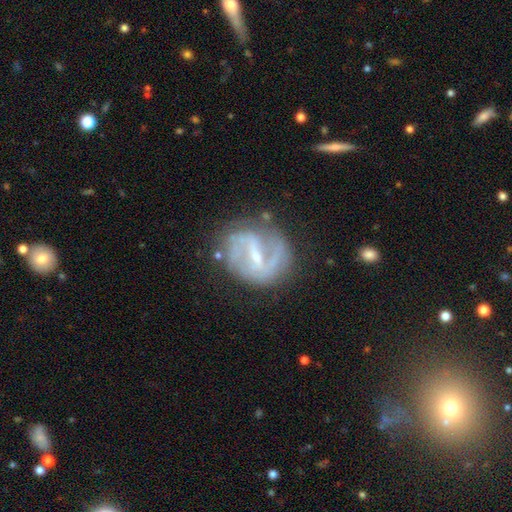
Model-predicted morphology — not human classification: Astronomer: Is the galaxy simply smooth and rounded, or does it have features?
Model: featured or disk — 82%.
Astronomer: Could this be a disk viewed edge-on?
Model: no — 96%.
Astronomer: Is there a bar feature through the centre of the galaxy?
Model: strong — 51% (runner-up: weak, 39%).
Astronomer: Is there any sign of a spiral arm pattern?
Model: yes — 82%.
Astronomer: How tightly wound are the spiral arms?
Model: medium — 45% (runner-up: tight, 28%).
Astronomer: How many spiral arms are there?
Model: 2 — 70%.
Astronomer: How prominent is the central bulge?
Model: small — 65%.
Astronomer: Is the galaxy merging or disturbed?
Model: none — 66%.